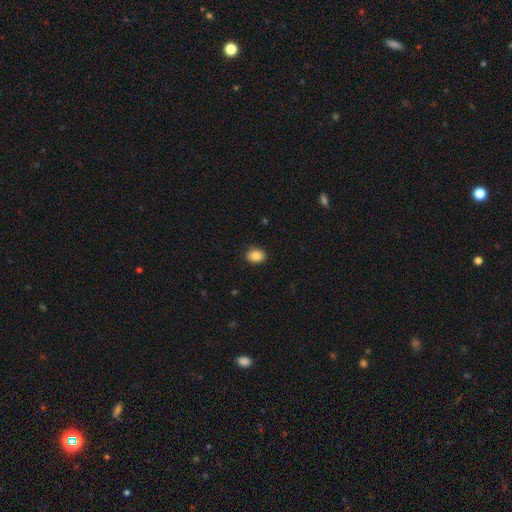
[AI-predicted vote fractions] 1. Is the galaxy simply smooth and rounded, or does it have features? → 85% smooth, 8% star or artifact, 6% featured or disk.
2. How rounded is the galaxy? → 62% in between, 37% round, 1% cigar-shaped.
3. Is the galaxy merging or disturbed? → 89% none, 8% minor disturbance, 2% major disturbance, 1% merger.